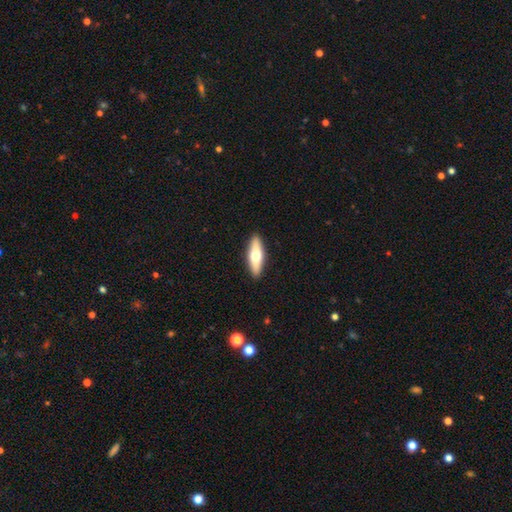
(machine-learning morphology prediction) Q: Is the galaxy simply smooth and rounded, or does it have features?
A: smooth — 58%.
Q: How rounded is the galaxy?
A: cigar-shaped — 51%.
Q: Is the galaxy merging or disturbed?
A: none — 91%.